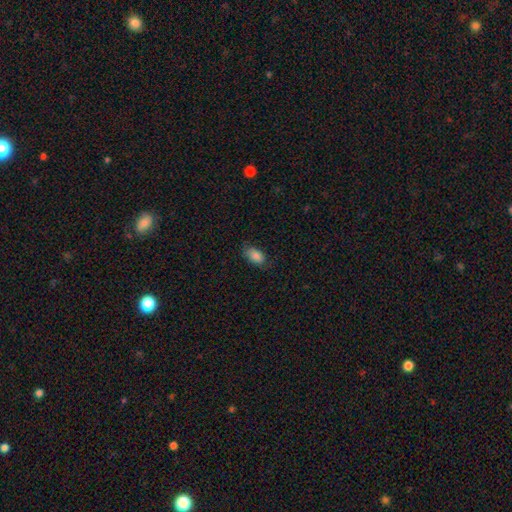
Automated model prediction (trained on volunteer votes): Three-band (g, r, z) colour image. It shows a smooth galaxy with no disk features (86%) that is in between round and cigar-shaped (92%). Merging: none (74%).